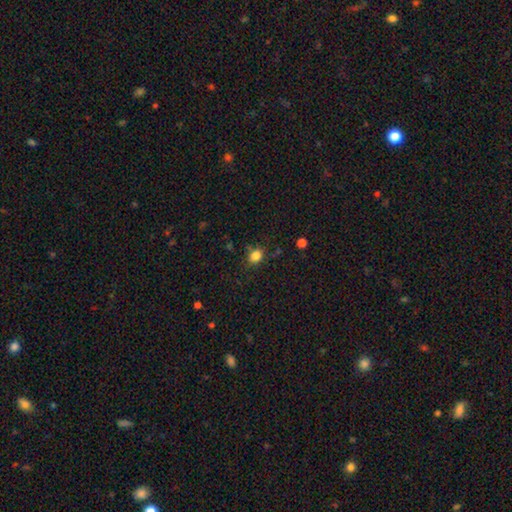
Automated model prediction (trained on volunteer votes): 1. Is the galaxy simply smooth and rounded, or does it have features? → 83% smooth, 12% star or artifact, 5% featured or disk.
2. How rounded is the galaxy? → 53% round, 46% in between, 1% cigar-shaped.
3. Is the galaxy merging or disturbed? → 77% none, 15% minor disturbance, 4% major disturbance, 4% merger.